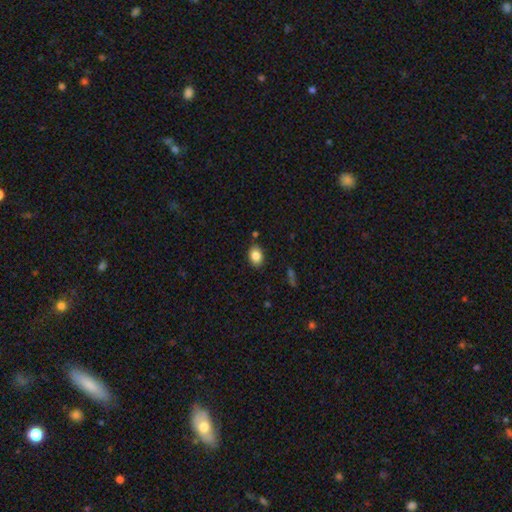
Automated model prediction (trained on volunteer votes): smooth 84%, star or artifact 8%, featured or disk 7%. Down the decision tree: how rounded — in between (79%); merging — none (84%).